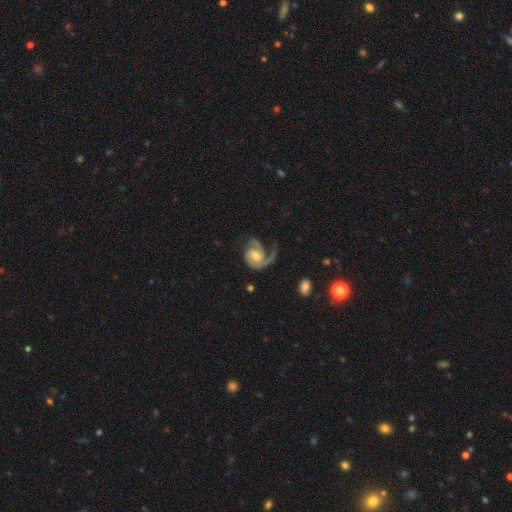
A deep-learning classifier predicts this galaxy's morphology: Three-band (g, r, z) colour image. It shows a featured or disk galaxy (89%) with a weak bar (45%), 2 (64%) medium (48%) spiral arms (97%) and a moderate central bulge (53%). Merging: none (52%).